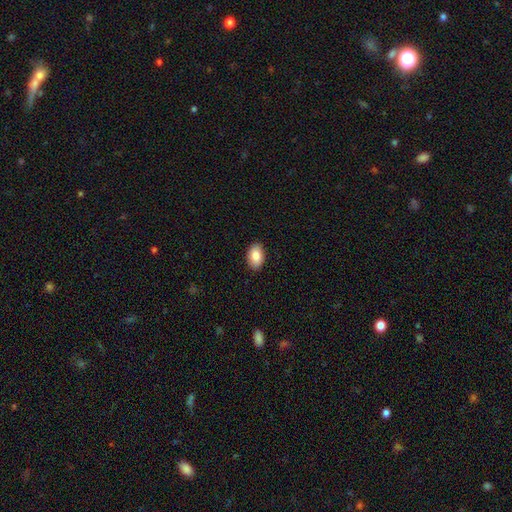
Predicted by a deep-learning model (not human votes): Q: Smooth or featured?
A: smooth (86%); runner-up: featured or disk (7%)
Q: How rounded?
A: in between (91%); runner-up: round (8%)
Q: Merging?
A: none (89%); runner-up: minor disturbance (8%)